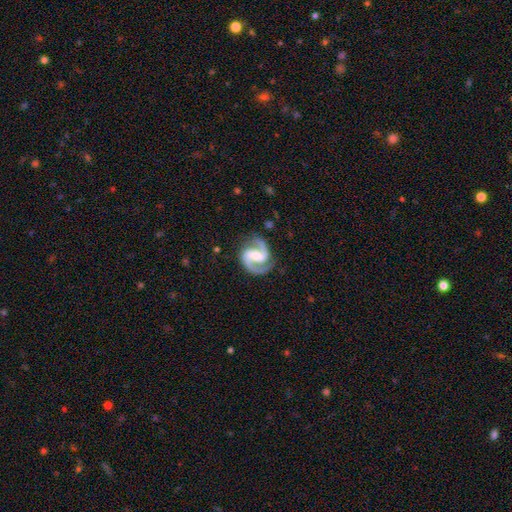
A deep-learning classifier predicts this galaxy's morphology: Smooth or featured? Predicted: featured or disk (p=0.93). Edge-on disk? Predicted: no (p=0.98). Bar? Predicted: weak (p=0.44). Spiral arms? Predicted: yes (p=0.99). Spiral winding? Predicted: medium (p=0.64). Spiral arm count? Predicted: 2 (p=0.94). Bulge size? Predicted: moderate (p=0.50). Merging? Predicted: none (p=0.84).